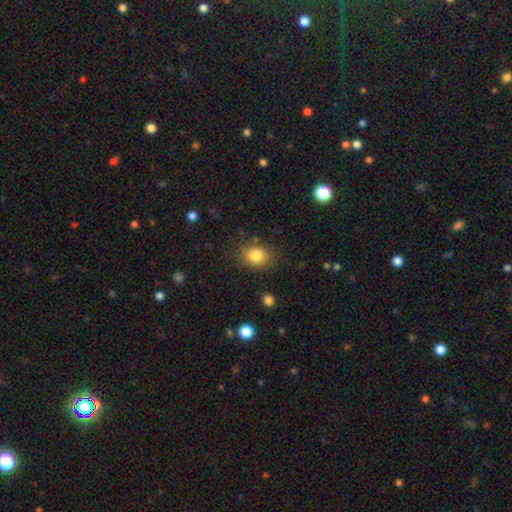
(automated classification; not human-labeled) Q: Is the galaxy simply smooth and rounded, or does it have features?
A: smooth — 83%.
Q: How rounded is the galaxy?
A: in between — 55%.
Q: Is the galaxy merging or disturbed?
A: none — 79%.